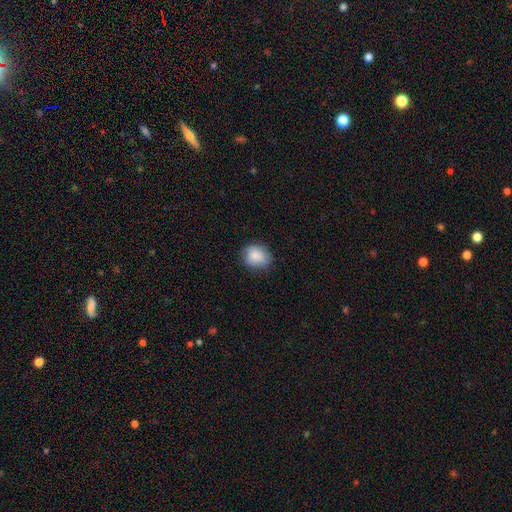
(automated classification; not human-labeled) Overall: smooth (85%). How rounded: round (61%; in between 38%). Merging: none (78%).